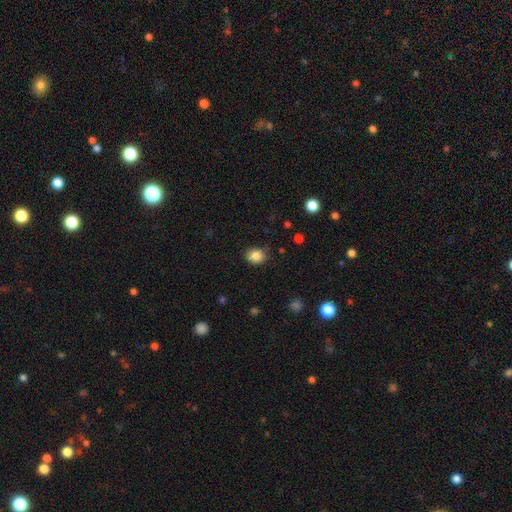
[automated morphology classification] Q: Smooth or featured?
A: smooth (85%); runner-up: star or artifact (10%)
Q: How rounded?
A: round (62%); runner-up: in between (37%)
Q: Merging?
A: none (83%); runner-up: minor disturbance (13%)